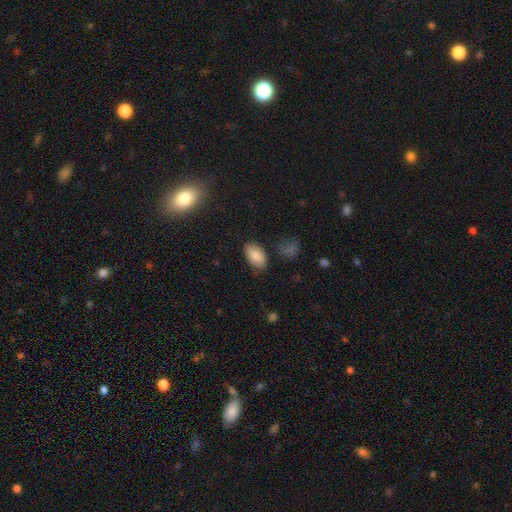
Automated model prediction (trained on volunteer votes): smooth-or-featured: smooth: 85% | star or artifact: 8% | featured or disk: 7%
  how-rounded: in between: 94% | round: 5% | cigar-shaped: 2%
  merging: none: 81% | minor disturbance: 14% | major disturbance: 3% | merger: 2%